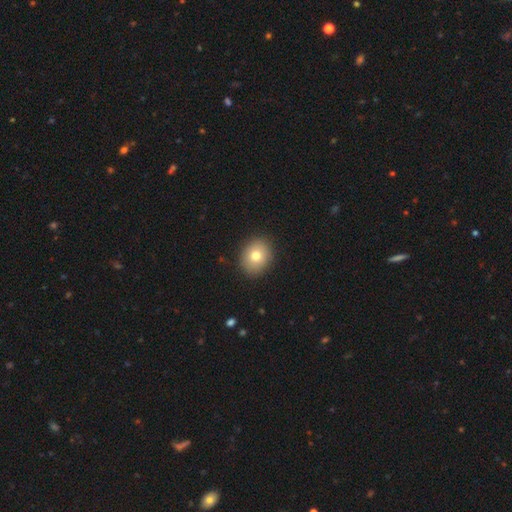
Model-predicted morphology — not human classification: smooth_or_featured: smooth (p=0.77) [alt: featured or disk p=0.13]
how_rounded: round (p=0.62) [alt: in between p=0.37]
merging: none (p=0.90) [alt: minor disturbance p=0.07]